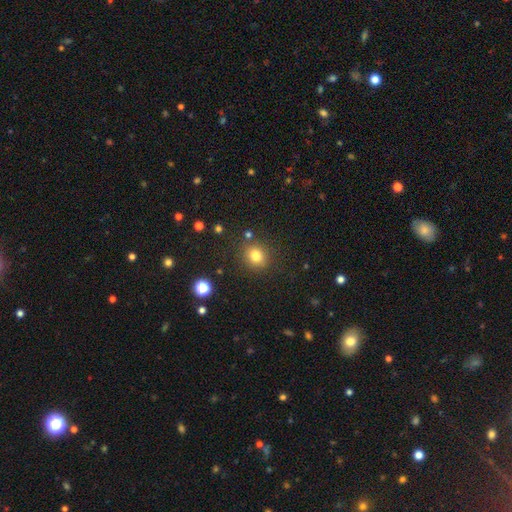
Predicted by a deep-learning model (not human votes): Morphology: type=smooth (79%); roundness=round (80%); merging=none (84%).